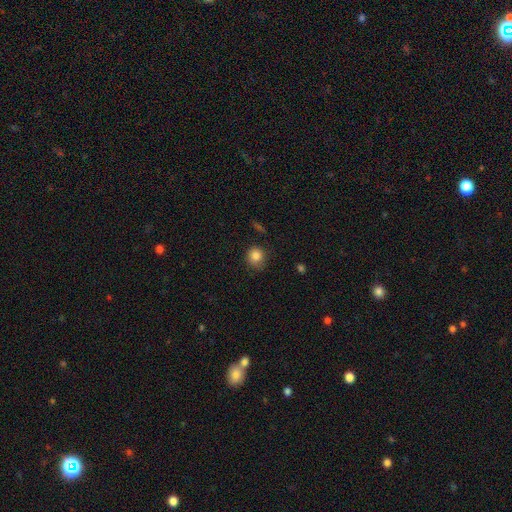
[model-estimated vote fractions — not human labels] smooth 84%, star or artifact 10%, featured or disk 6%. Down the decision tree: how rounded — round (84%); merging — none (76%).